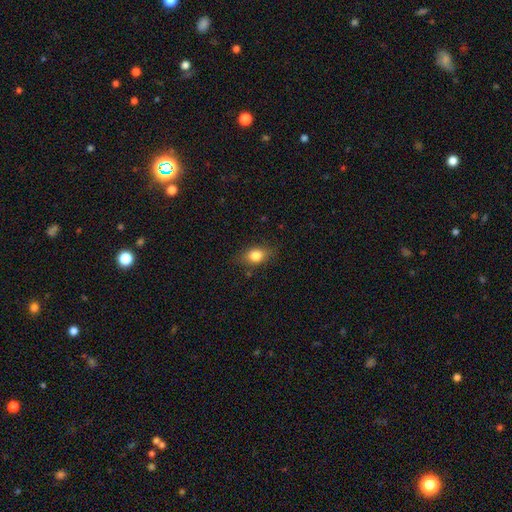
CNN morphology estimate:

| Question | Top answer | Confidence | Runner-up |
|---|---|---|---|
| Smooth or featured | smooth | 80% | featured or disk (11%) |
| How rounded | in between | 71% | round (25%) |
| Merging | none | 78% | minor disturbance (17%) |